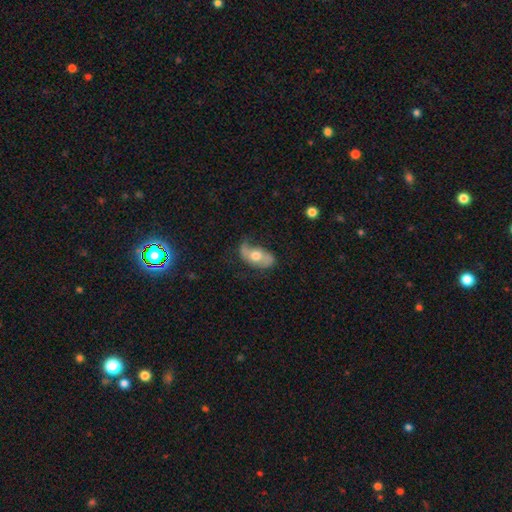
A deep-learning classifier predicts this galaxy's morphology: smooth-or-featured: featured or disk: 54% | smooth: 39% | star or artifact: 7%
  disk-edge-on: no: 90% | yes: 10%
  merging: none: 52% | minor disturbance: 30% | major disturbance: 15% | merger: 2%